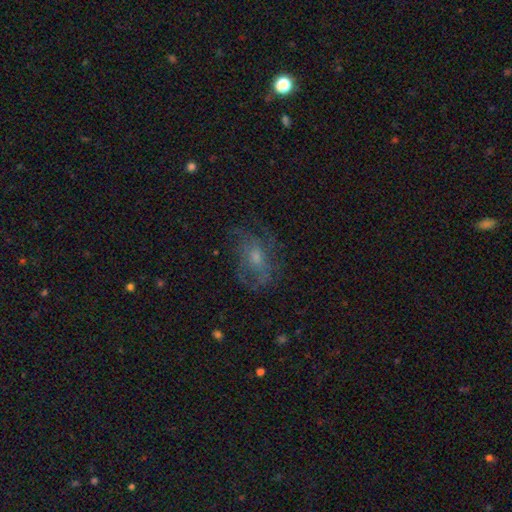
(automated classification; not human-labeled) Smooth or featured?
  - featured or disk: 58% *
  - smooth: 26%
  - star or artifact: 17%
Edge-on disk?
  - no: 95% *
  - yes: 5%
Bar?
  - no: 72% *
  - weak: 23%
  - strong: 4%
Spiral arms?
  - yes: 68% *
  - no: 32%
Bulge size?
  - moderate: 47% *
  - small: 42%
  - none: 5%
  - large: 5%
  - dominant: 1%
Merging?
  - none: 61% *
  - minor disturbance: 20%
  - major disturbance: 17%
  - merger: 2%